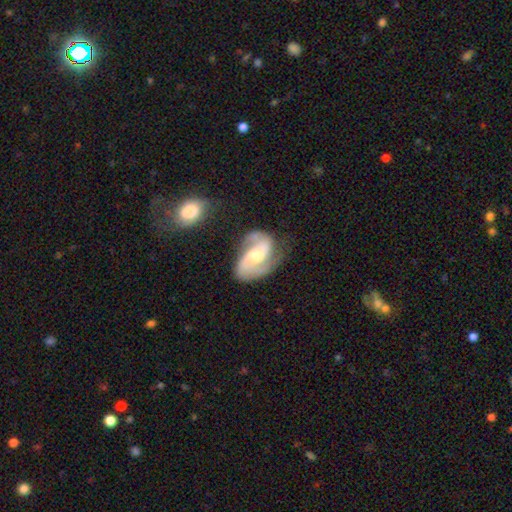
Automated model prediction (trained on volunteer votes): This is clearly a featured or disk galaxy (87%). It is clearly not viewed edge-on (97%). Bar: marginally weak (44%). Spiral arm pattern: clearly yes (96%). Spiral arm count: clearly 2 (88%). Spiral winding: possibly medium (54%). Central bulge: likely moderate (66%). Merging: likely none (64%).